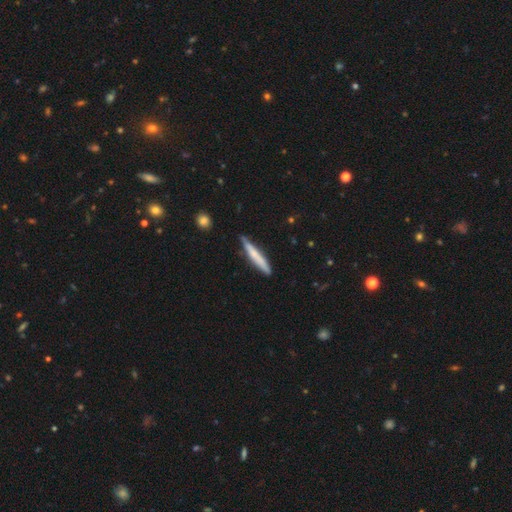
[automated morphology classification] Overall: smooth (63%; featured or disk 31%). How rounded: cigar-shaped (94%). Merging: none (82%).